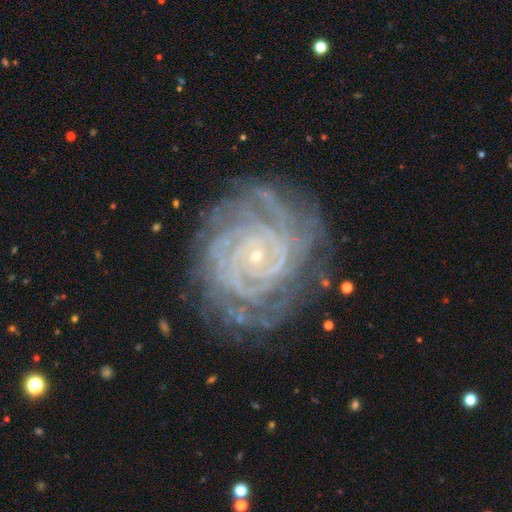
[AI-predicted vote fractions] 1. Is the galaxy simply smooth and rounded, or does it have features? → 89% featured or disk, 6% star or artifact, 5% smooth.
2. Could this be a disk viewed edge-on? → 97% no, 3% yes.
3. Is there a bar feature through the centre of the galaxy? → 75% no, 17% weak, 8% strong.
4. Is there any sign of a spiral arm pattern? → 98% yes, 2% no.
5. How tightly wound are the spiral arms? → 85% tight, 13% medium, 2% loose.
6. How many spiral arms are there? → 24% can't tell, 19% more than 4, 18% 4, 16% 2, 15% 3, 8% 1.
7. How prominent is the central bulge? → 88% small, 8% moderate, 2% none, 1% large, 1% dominant.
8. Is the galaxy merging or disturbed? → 76% none, 16% minor disturbance, 6% major disturbance, 2% merger.